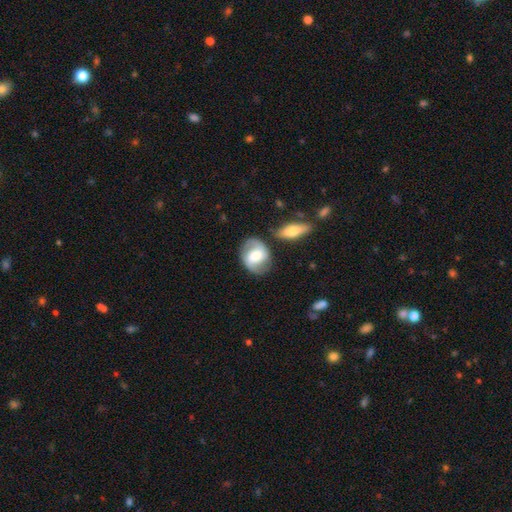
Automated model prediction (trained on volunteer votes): Smooth or featured?
  - featured or disk: 63% *
  - smooth: 31%
  - star or artifact: 6%
Edge-on disk?
  - no: 96% *
  - yes: 4%
Bar?
  - weak: 44% *
  - no: 35%
  - strong: 22%
Spiral arms?
  - yes: 88% *
  - no: 12%
Spiral winding?
  - medium: 48% *
  - loose: 30%
  - tight: 23%
Spiral arm count?
  - 2: 90% *
  - can't tell: 5%
  - 1: 2%
  - 3: 1%
  - 4: 1%
  - more than 4: 1%
Bulge size?
  - moderate: 54% *
  - large: 26%
  - small: 14%
  - dominant: 3%
  - none: 3%
Merging?
  - none: 75% *
  - minor disturbance: 14%
  - merger: 6%
  - major disturbance: 4%